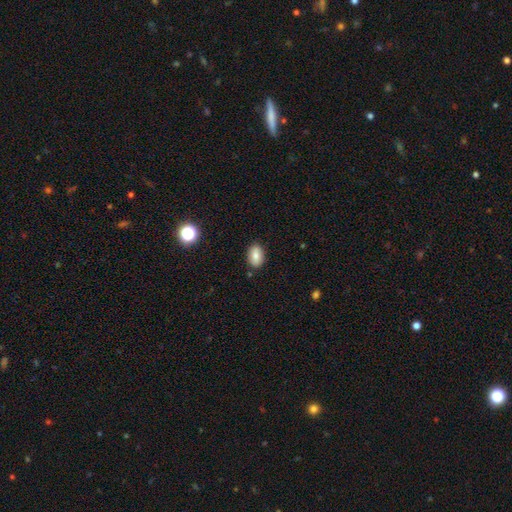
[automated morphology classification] type=smooth (80%); roundness=in between (86%); merging=none (86%).